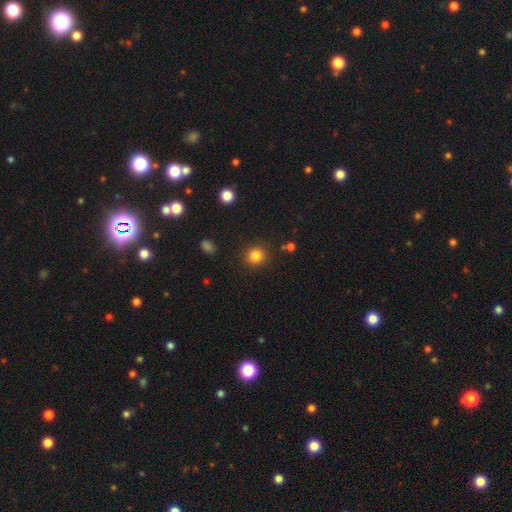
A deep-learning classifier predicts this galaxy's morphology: smooth_or_featured: smooth (p=0.83) [alt: star or artifact p=0.12]
how_rounded: round (p=0.90) [alt: in between p=0.10]
merging: none (p=0.89) [alt: minor disturbance p=0.06]